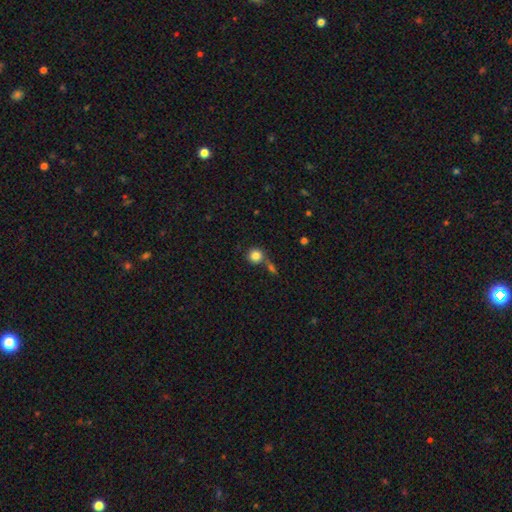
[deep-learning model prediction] This appears to be a smooth galaxy with no disk features (84%) that is round (91%). Merging: none (62%).